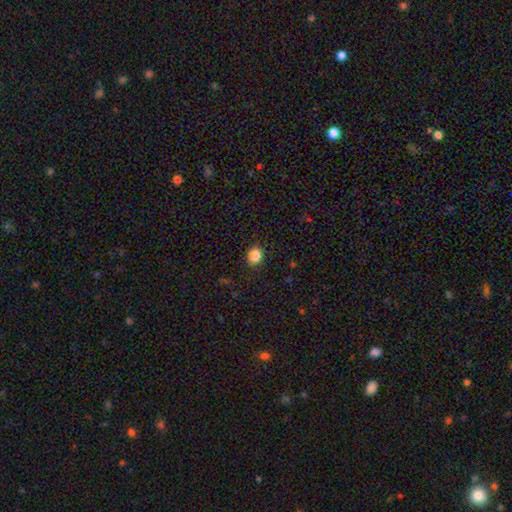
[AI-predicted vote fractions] This appears to be a smooth galaxy with no disk features (87%) that is round (70%). Merging: none (90%).